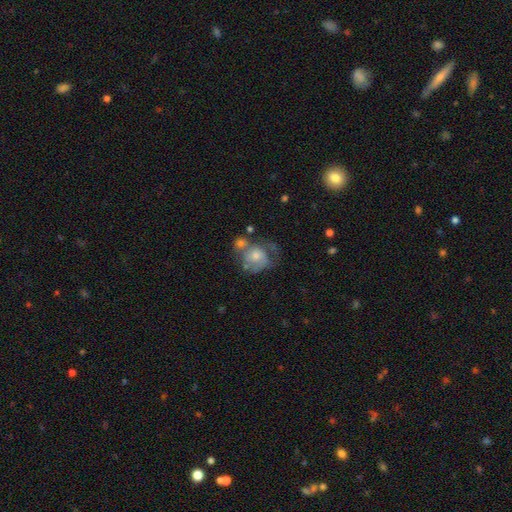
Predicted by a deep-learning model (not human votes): Smooth or featured: smooth — 49% (featured or disk — 42%)
Merging: none — 29% (major disturbance — 26%)